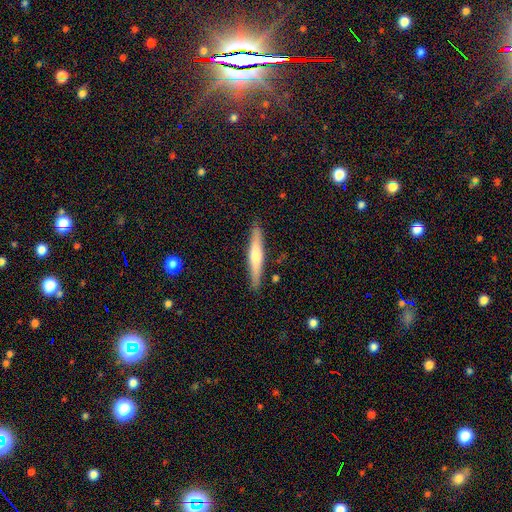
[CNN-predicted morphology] Smooth or featured?
  - featured or disk: 48% *
  - smooth: 46%
  - star or artifact: 6%
Merging?
  - none: 90% *
  - minor disturbance: 7%
  - major disturbance: 2%
  - merger: 1%